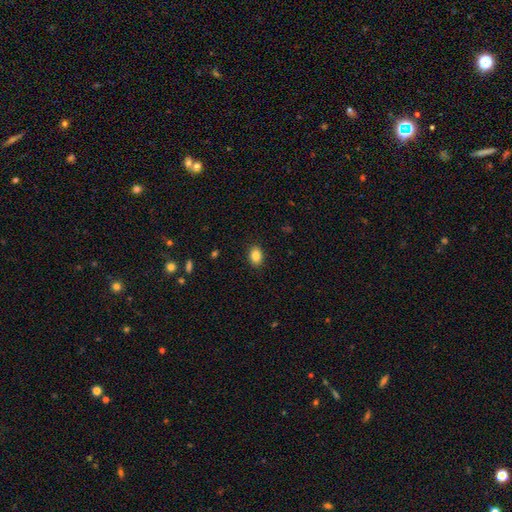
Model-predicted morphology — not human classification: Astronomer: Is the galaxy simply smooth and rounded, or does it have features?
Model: smooth — 85%.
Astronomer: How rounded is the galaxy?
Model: in between — 79%.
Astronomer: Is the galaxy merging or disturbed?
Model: none — 89%.